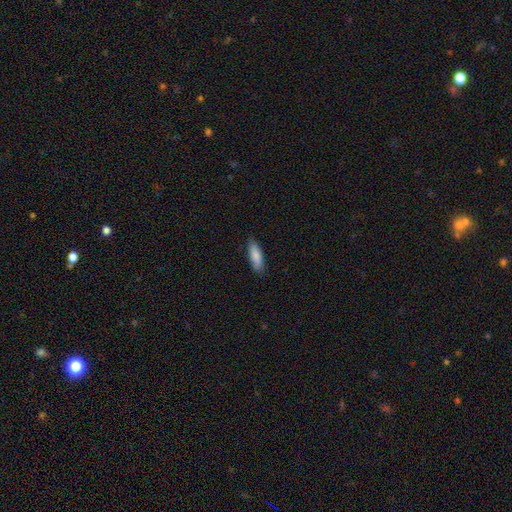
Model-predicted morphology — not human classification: This appears to be a smooth galaxy with no disk features (85%) that is in between round and cigar-shaped (51%). Merging: none (84%).